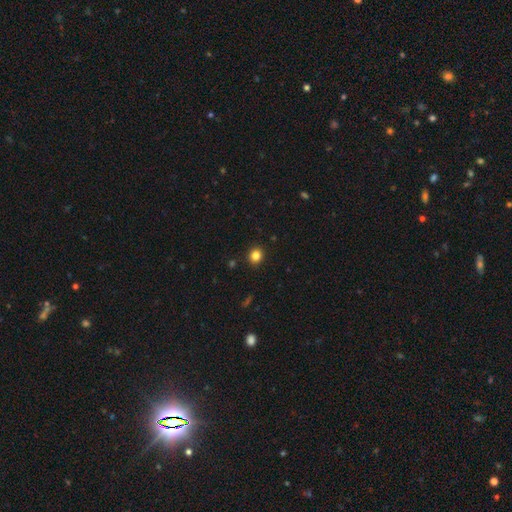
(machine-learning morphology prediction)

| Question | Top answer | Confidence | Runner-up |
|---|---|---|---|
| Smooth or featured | smooth | 83% | star or artifact (12%) |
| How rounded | round | 85% | in between (14%) |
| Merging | none | 92% | minor disturbance (5%) |